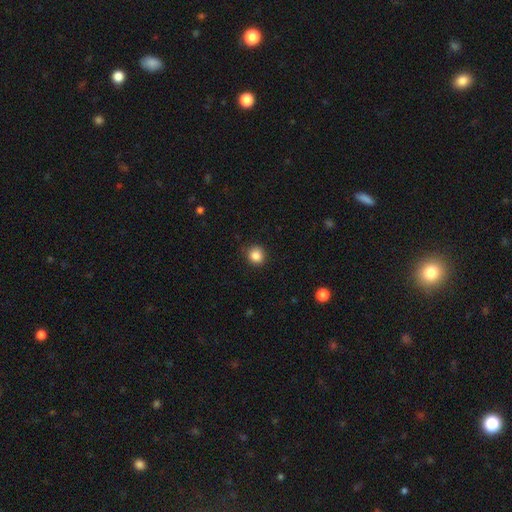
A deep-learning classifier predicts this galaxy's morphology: smooth_or_featured: smooth (p=0.86) [alt: star or artifact p=0.10]
how_rounded: round (p=0.89) [alt: in between p=0.10]
merging: none (p=0.88) [alt: minor disturbance p=0.09]